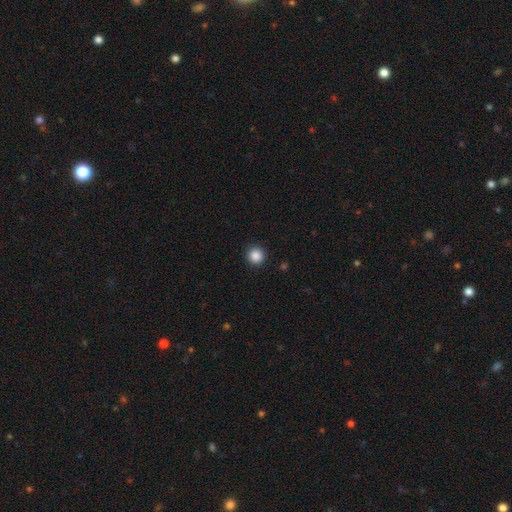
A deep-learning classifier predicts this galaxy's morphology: This appears to be a smooth galaxy with no disk features (87%) that is round (93%). Merging: none (92%).